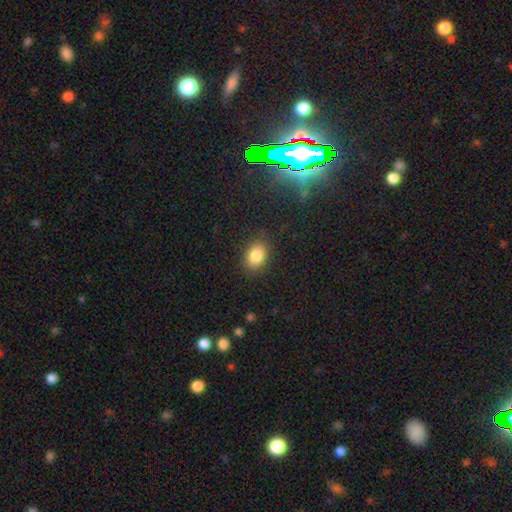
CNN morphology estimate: This appears to be a smooth galaxy with no disk features (85%) that is in between round and cigar-shaped (74%). Merging: none (86%).